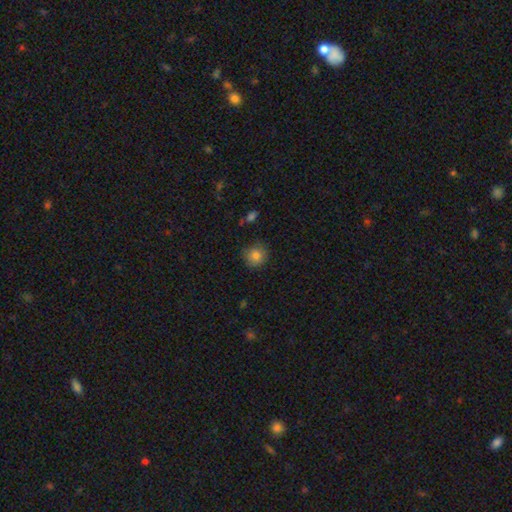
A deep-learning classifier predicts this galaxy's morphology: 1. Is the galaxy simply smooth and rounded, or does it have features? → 83% smooth, 10% star or artifact, 8% featured or disk.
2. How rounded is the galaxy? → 91% round, 8% in between, 1% cigar-shaped.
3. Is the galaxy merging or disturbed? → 81% none, 15% minor disturbance, 3% major disturbance, 1% merger.